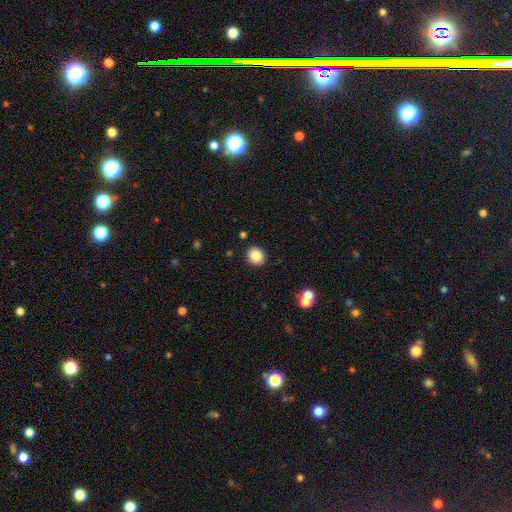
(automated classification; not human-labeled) smooth-or-featured: smooth: 83% | star or artifact: 9% | featured or disk: 7%
  how-rounded: round: 82% | in between: 17% | cigar-shaped: 1%
  merging: none: 90% | minor disturbance: 6% | merger: 2% | major disturbance: 2%